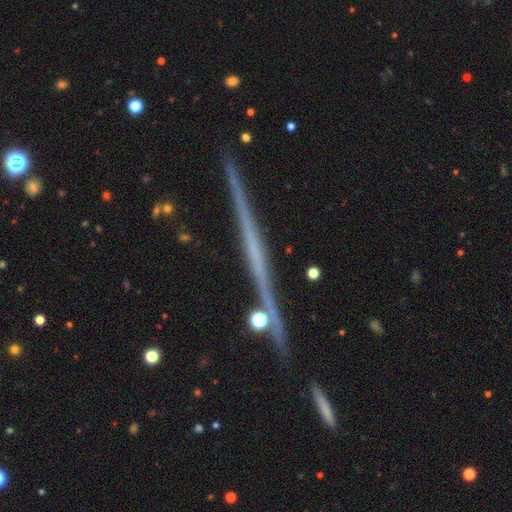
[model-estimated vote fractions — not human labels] A featured or disk galaxy (63%) viewed edge-on (96%) with no central bulge (85%).

Vote fractions:
- Smooth or featured? featured or disk: 63% / smooth: 23% / star or artifact: 14%
- Edge-on disk? yes: 96% / no: 4%
- Edge-on bulge? none: 85% / rounded: 10% / boxy: 5%
- Merging? none: 85% / minor disturbance: 9% / merger: 4% / major disturbance: 3%